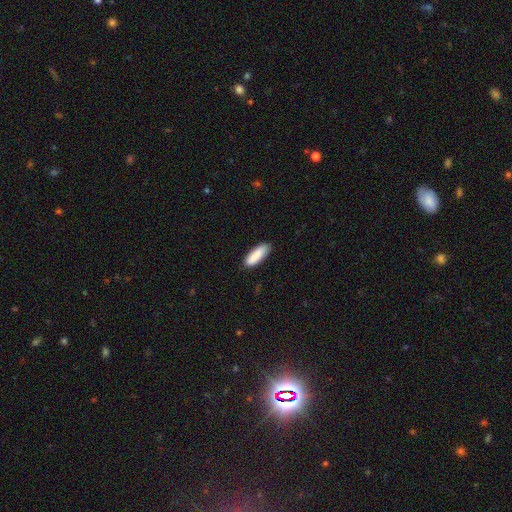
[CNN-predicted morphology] Smooth or featured? Predicted: smooth (p=0.89). How rounded? Predicted: in between (p=0.60). Merging? Predicted: none (p=0.85).